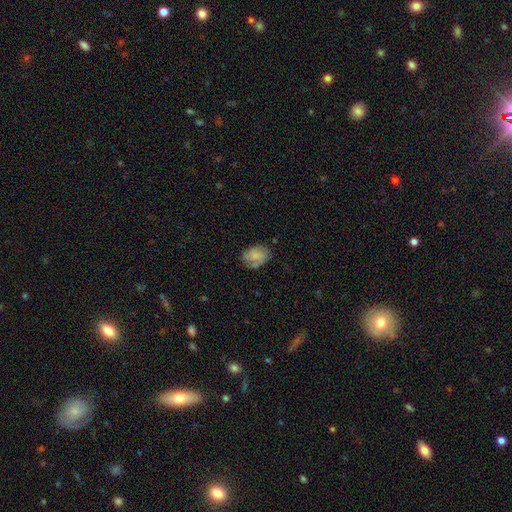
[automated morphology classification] type=smooth (60%); roundness=in between (73%); merging=none (63%).